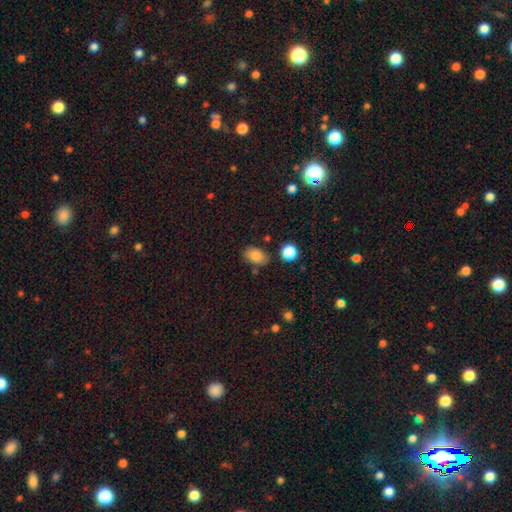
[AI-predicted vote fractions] A smooth galaxy with no disk features (85%) that is in between round and cigar-shaped (85%).

Vote fractions:
- Smooth or featured? smooth: 85% / star or artifact: 9% / featured or disk: 6%
- How rounded? in between: 85% / round: 14% / cigar-shaped: 1%
- Merging? none: 74% / minor disturbance: 16% / merger: 5% / major disturbance: 4%